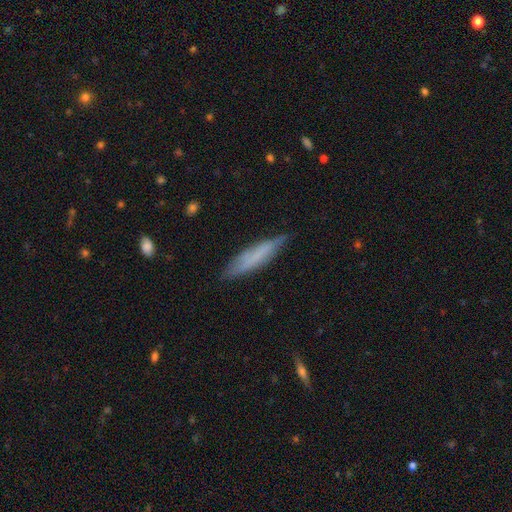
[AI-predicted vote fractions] Overall: smooth (64%; featured or disk 28%). How rounded: cigar-shaped (84%). Merging: none (79%).